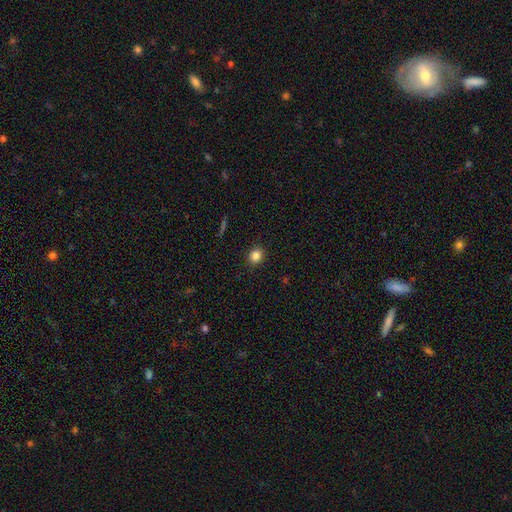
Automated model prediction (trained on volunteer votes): This appears to be a smooth galaxy with no disk features (84%) that is round (71%). Merging: none (90%).